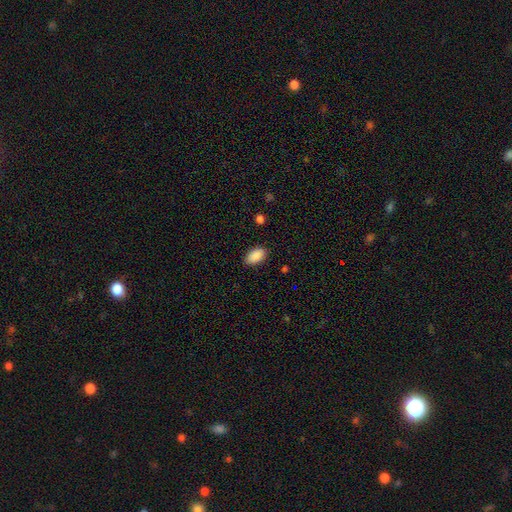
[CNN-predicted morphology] smooth 89%, star or artifact 7%, featured or disk 3%. Down the decision tree: how rounded — in between (93%); merging — none (85%).